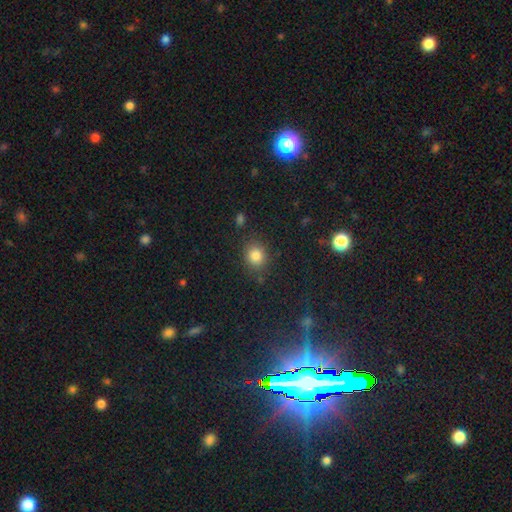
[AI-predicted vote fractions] smooth_or_featured: smooth (p=0.81) [alt: star or artifact p=0.13]
how_rounded: round (p=0.74) [alt: in between p=0.25]
merging: none (p=0.82) [alt: minor disturbance p=0.11]